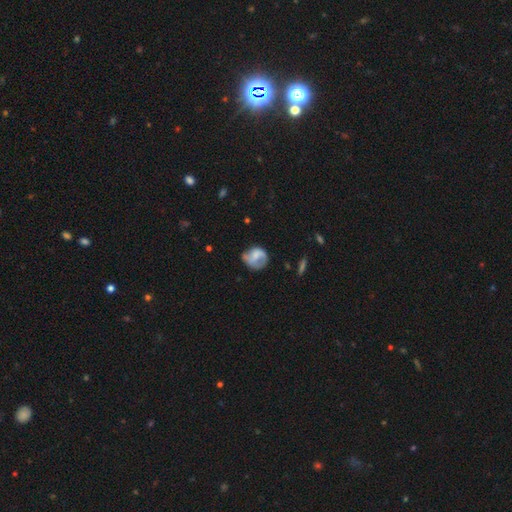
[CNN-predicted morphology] This is possibly a smooth galaxy (51%). How rounded: likely round (71%). Merging: possibly none (49%).